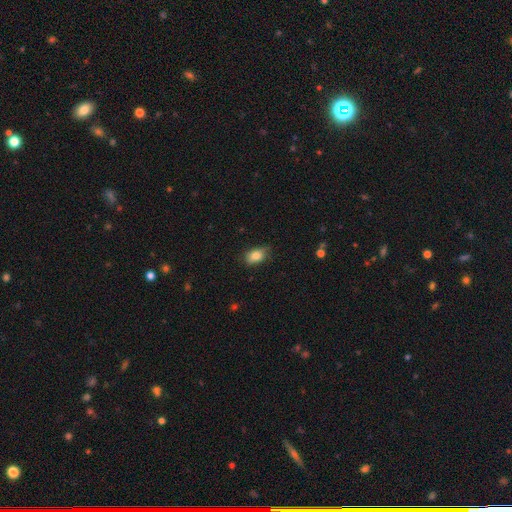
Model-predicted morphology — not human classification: smooth 83%, featured or disk 8%, star or artifact 8%. Down the decision tree: how rounded — in between (85%); merging — none (72%).